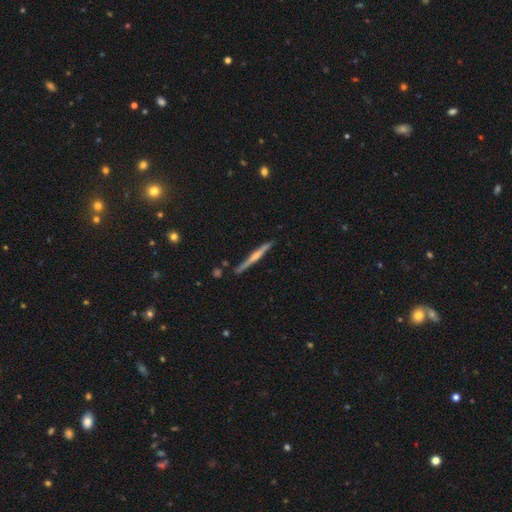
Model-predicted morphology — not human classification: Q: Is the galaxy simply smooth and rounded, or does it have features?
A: featured or disk — 73%.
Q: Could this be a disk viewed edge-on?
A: yes — 98%.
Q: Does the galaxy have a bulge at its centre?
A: rounded — 76%.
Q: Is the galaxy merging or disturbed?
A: none — 88%.